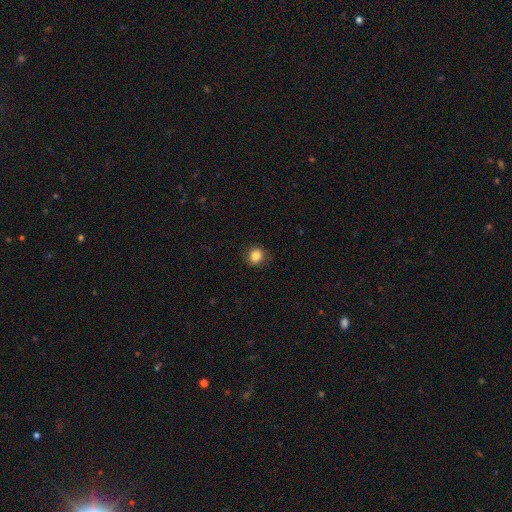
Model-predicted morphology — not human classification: Q: Smooth or featured?
A: smooth (84%); runner-up: star or artifact (11%)
Q: How rounded?
A: round (80%); runner-up: in between (19%)
Q: Merging?
A: none (85%); runner-up: minor disturbance (11%)